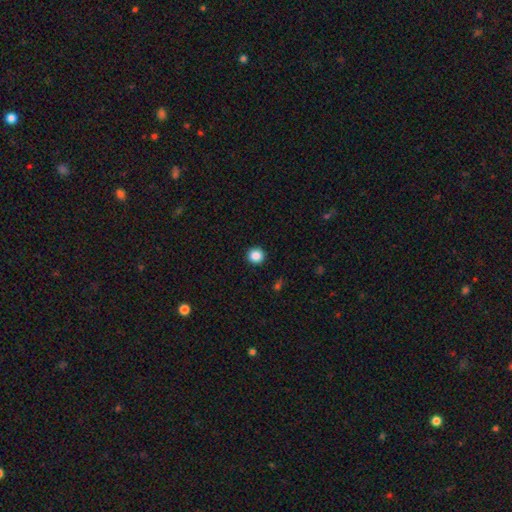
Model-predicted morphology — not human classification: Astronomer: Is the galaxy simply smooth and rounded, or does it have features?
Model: smooth — 87%.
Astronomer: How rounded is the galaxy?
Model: round — 94%.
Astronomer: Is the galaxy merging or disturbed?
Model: none — 93%.